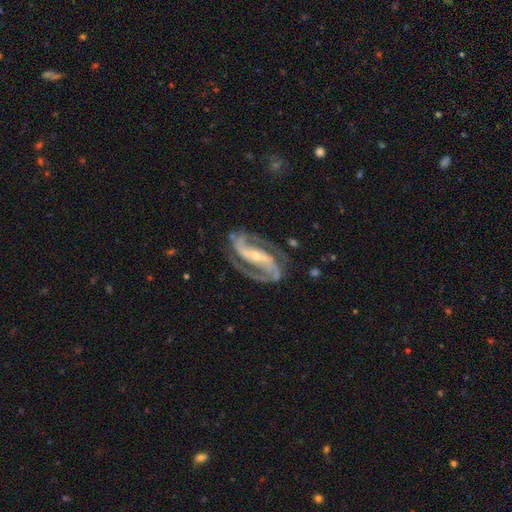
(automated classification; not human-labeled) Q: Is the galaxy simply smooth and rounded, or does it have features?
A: featured or disk — 93%.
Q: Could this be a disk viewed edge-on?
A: no — 96%.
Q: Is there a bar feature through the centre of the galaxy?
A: strong — 58%.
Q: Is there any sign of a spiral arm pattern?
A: yes — 98%.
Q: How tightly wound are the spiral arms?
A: medium — 55%.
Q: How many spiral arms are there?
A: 2 — 91%.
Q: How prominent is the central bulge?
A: small — 70%.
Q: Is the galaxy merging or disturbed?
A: none — 76%.